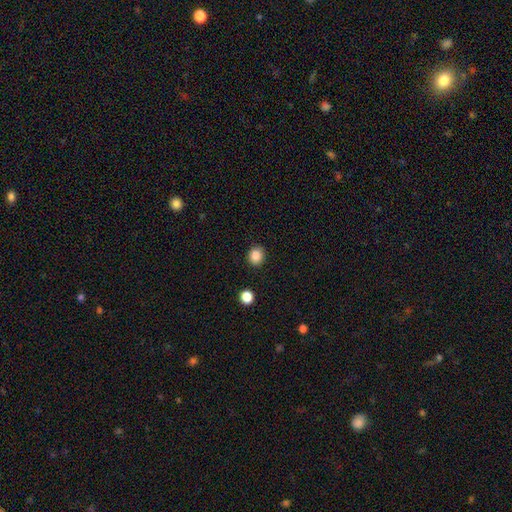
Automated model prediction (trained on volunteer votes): Morphology: type=smooth (87%); roundness=round (75%); merging=none (89%).